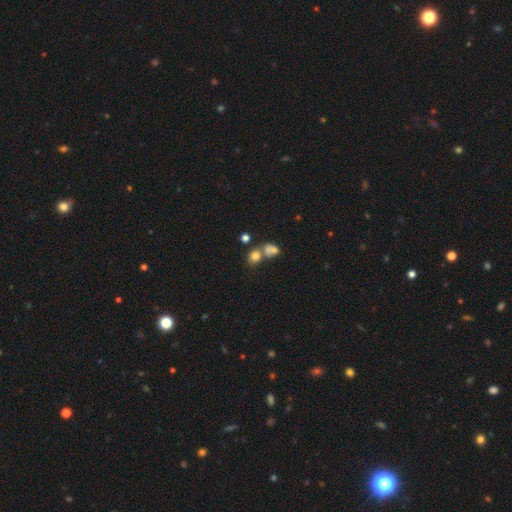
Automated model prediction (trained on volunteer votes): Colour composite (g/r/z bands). It shows a smooth galaxy with no disk features (75%) that is round (70%). Merging: merger (43%, tied with none).